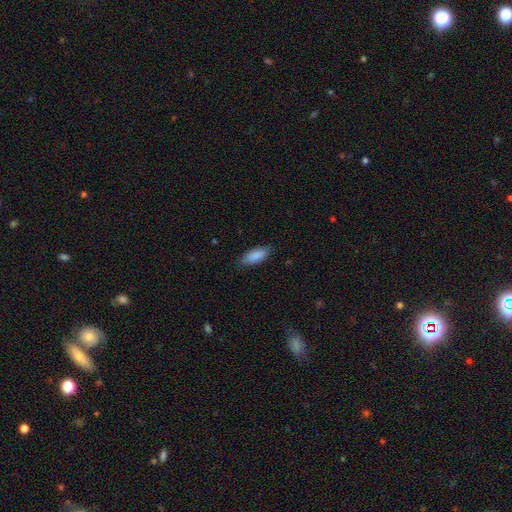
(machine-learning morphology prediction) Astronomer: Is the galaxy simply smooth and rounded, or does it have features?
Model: smooth — 88%.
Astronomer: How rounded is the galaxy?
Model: in between — 75%.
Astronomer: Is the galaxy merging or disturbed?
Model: none — 82%.